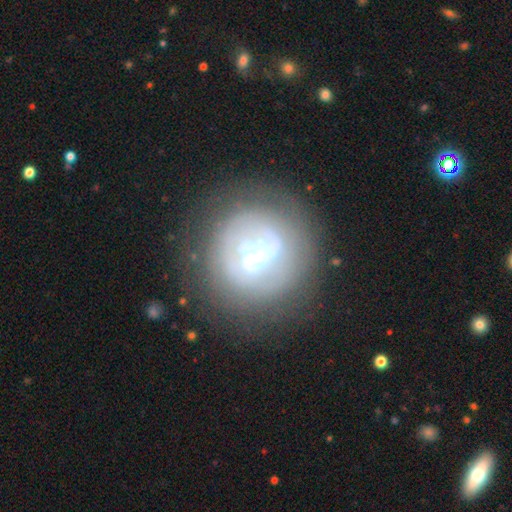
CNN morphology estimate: type=featured or disk (70%); edge-on=no (97%); bar=weak (44%); spiral arms=yes (71%); bulge=moderate (49%); merging=none (72%).